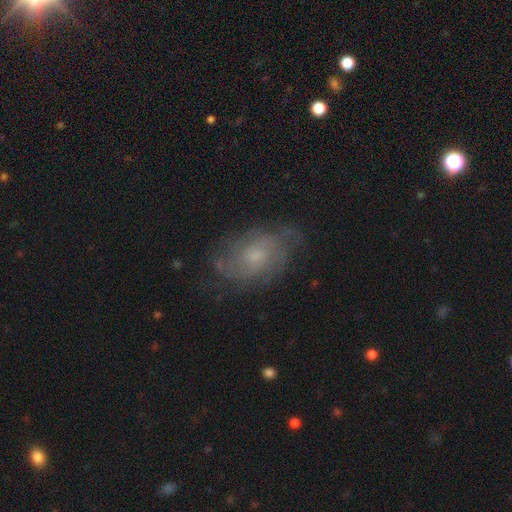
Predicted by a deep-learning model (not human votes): smooth_or_featured: featured or disk (p=0.62) [alt: smooth p=0.29]
disk_edge_on: no (p=0.96) [alt: yes p=0.04]
bar: no (p=0.73) [alt: weak p=0.24]
has_spiral_arms: yes (p=0.81) [alt: no p=0.19]
bulge_size: small (p=0.50) [alt: moderate p=0.37]
merging: none (p=0.67) [alt: minor disturbance p=0.22]